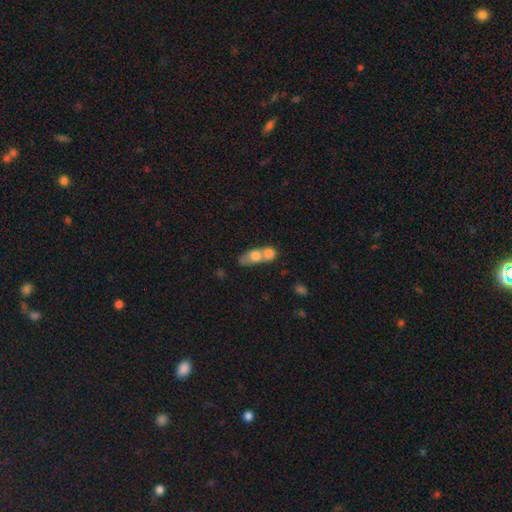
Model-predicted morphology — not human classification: Smooth or featured? Predicted: smooth (p=0.69). How rounded? Predicted: in between (p=0.58). Merging? Predicted: merger (p=0.75).